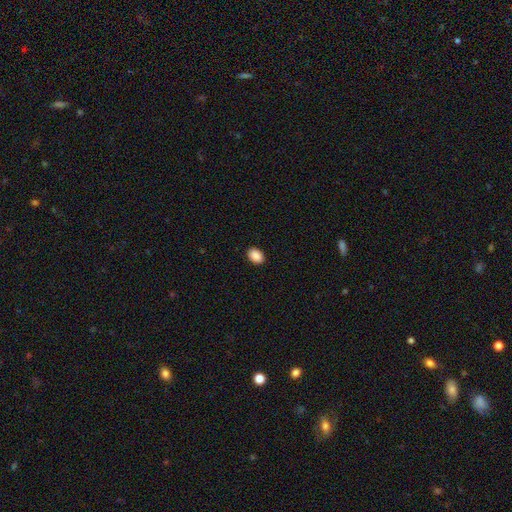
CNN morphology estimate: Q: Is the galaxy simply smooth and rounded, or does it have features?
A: smooth — 90%.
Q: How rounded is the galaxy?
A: in between — 75%.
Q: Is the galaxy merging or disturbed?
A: none — 91%.